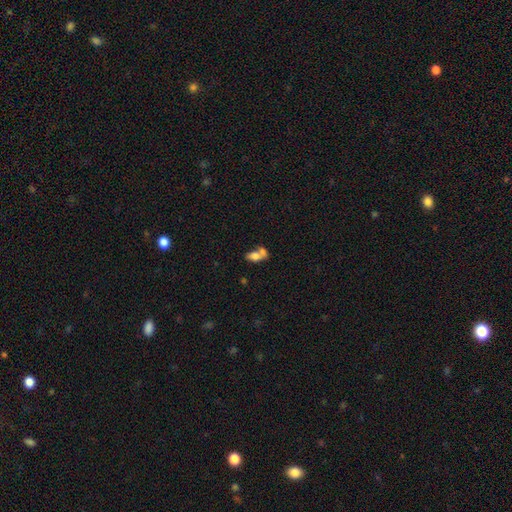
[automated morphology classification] A smooth galaxy with no disk features (70%) that is in between round and cigar-shaped (85%). Merging: merger (60%).